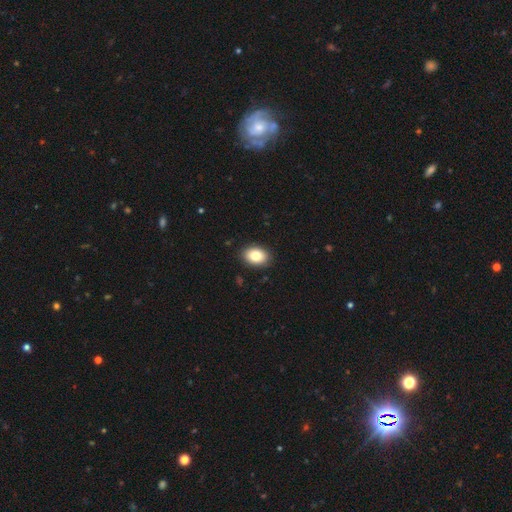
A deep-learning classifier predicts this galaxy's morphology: This appears to be a smooth galaxy with no disk features (83%) that is in between round and cigar-shaped (80%). Merging: none (89%).